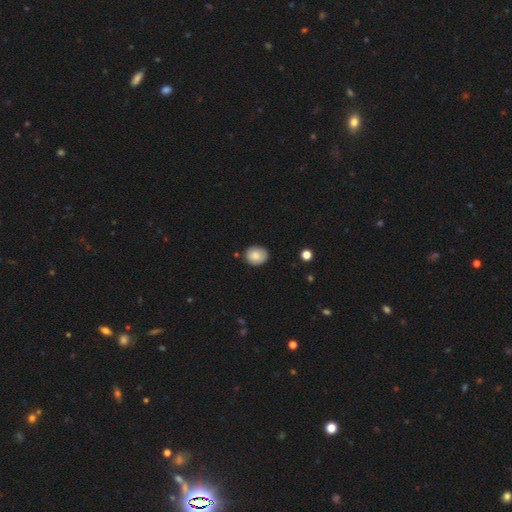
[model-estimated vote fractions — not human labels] smooth 83%, featured or disk 9%, star or artifact 8%. Down the decision tree: how rounded — round (60%); merging — none (79%).